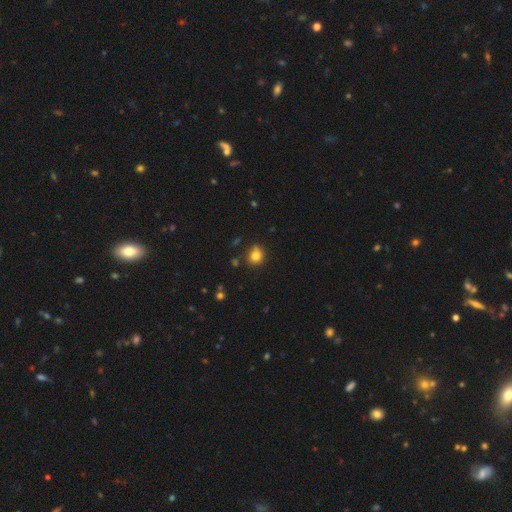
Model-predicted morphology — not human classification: Smooth or featured?
  - smooth: 79% *
  - star or artifact: 12%
  - featured or disk: 8%
How rounded?
  - round: 79% *
  - in between: 20%
  - cigar-shaped: 1%
Merging?
  - none: 75% *
  - minor disturbance: 18%
  - merger: 4%
  - major disturbance: 4%